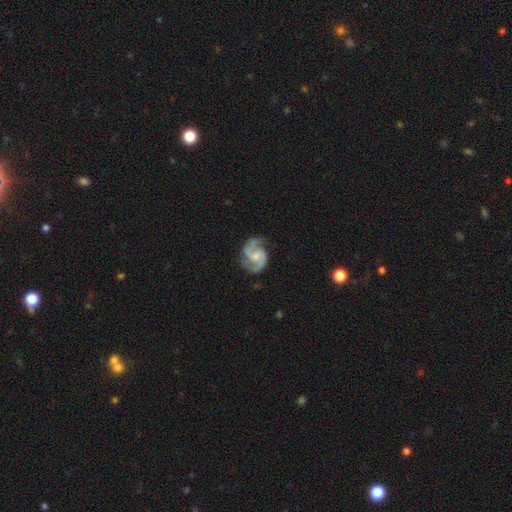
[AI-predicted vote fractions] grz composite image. It shows a featured or disk galaxy (89%) with no bar (51%), 2 (89%) medium (59%) spiral arms (98%) and a small central bulge (50%). Merging: none (74%).